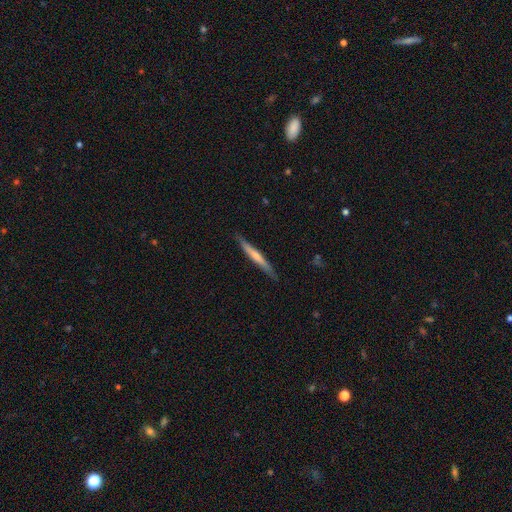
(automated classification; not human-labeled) Smooth or featured: featured or disk — 48% (smooth — 47%)
Merging: none — 86% (minor disturbance — 11%)